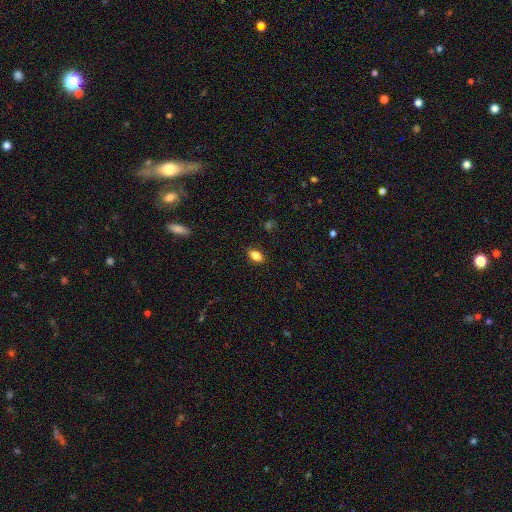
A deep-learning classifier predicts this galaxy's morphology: Overall: smooth (82%). How rounded: in between (87%). Merging: none (87%).